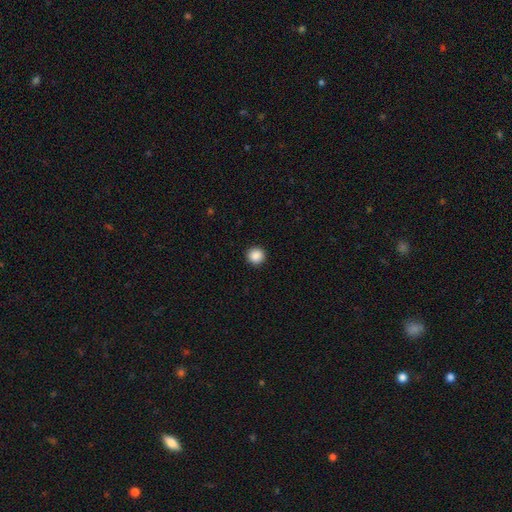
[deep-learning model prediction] A smooth galaxy with no disk features (88%) that is round (94%). Merging: none (93%).